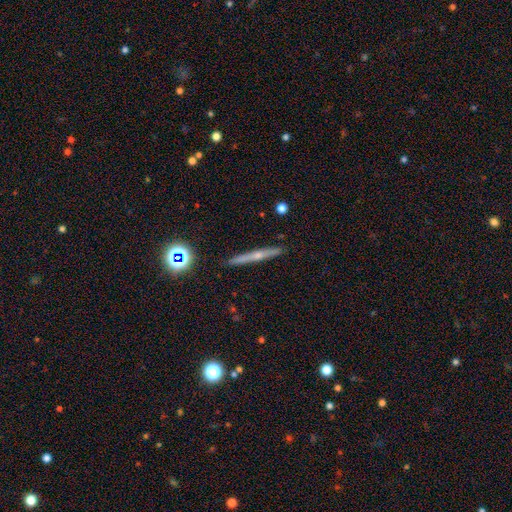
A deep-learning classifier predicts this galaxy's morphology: Smooth or featured? Predicted: featured or disk (p=0.59). Edge-on disk? Predicted: yes (p=0.97). Edge-on bulge? Predicted: rounded (p=0.66). Merging? Predicted: none (p=0.91).